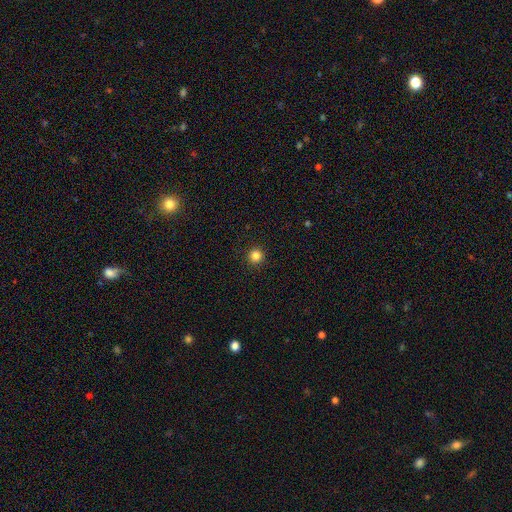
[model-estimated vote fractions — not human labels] smooth 84%, star or artifact 12%, featured or disk 4%. Down the decision tree: how rounded — round (96%); merging — none (93%).